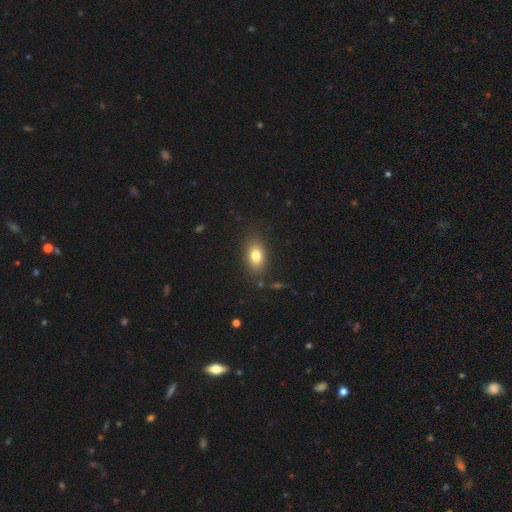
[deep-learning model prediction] smooth 79%, featured or disk 11%, star or artifact 10%. Down the decision tree: how rounded — in between (80%); merging — none (83%).